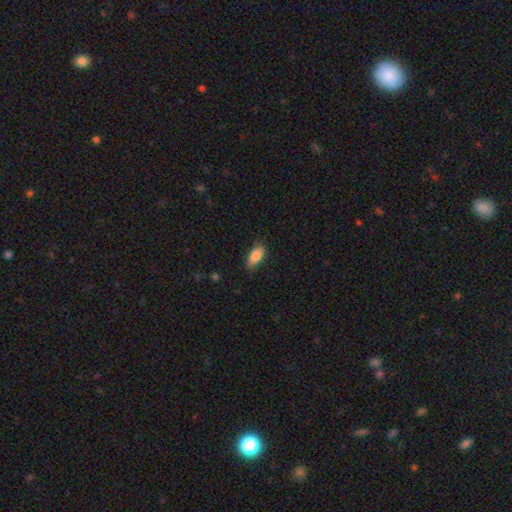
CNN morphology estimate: This appears to be a smooth galaxy with no disk features (84%) that is in between round and cigar-shaped (87%). Merging: none (75%).